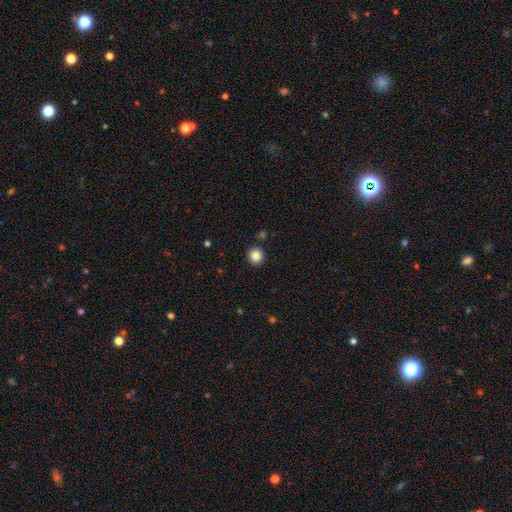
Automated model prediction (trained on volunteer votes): The model was most divided on "smooth or featured": smooth: 86%, star or artifact: 10%, featured or disk: 4%. More confident: how rounded — round (89%); merging — none (89%).